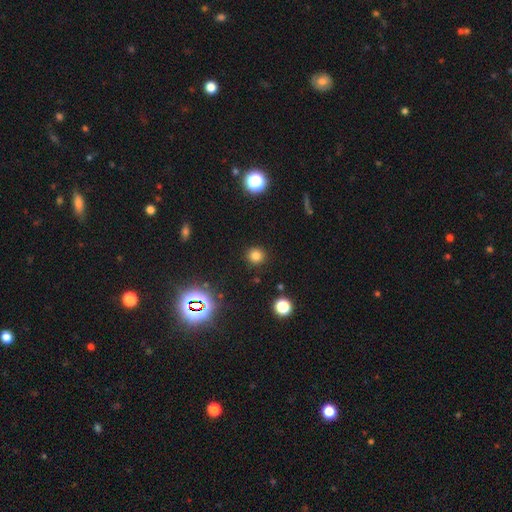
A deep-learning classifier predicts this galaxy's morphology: Smooth or featured? smooth (77%)
How rounded? round (93%)
Merging? none (91%)